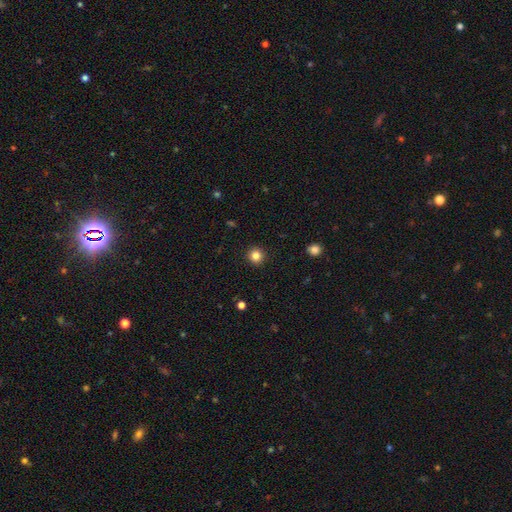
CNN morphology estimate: smooth_or_featured: smooth (p=0.83) [alt: star or artifact p=0.12]
how_rounded: round (p=0.94) [alt: in between p=0.05]
merging: none (p=0.93) [alt: minor disturbance p=0.05]